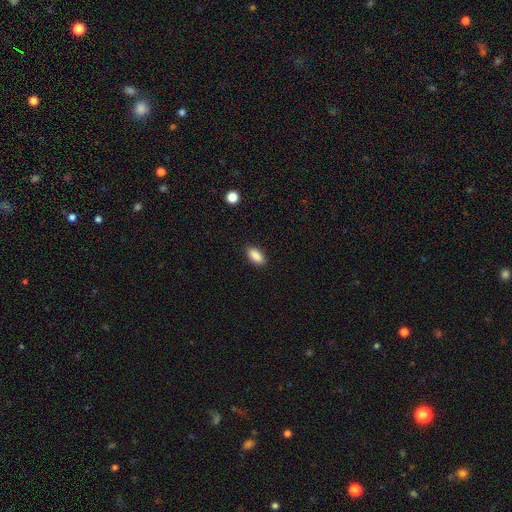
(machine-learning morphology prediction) Smooth or featured?
  - smooth: 89% *
  - star or artifact: 7%
  - featured or disk: 4%
How rounded?
  - in between: 90% *
  - cigar-shaped: 7%
  - round: 3%
Merging?
  - none: 88% *
  - minor disturbance: 9%
  - major disturbance: 2%
  - merger: 1%